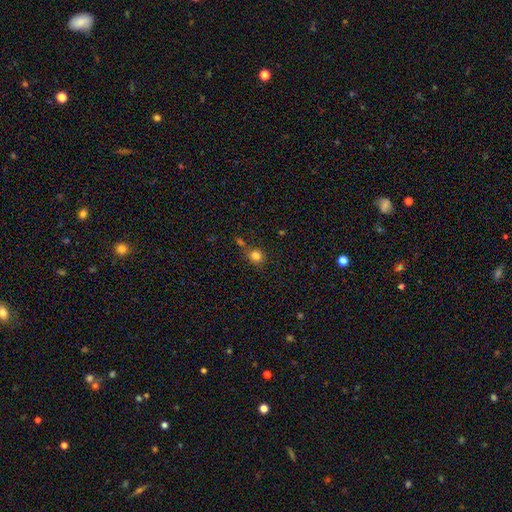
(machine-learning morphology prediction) Smooth or featured? Predicted: smooth (p=0.81). How rounded? Predicted: round (p=0.87). Merging? Predicted: none (p=0.70).